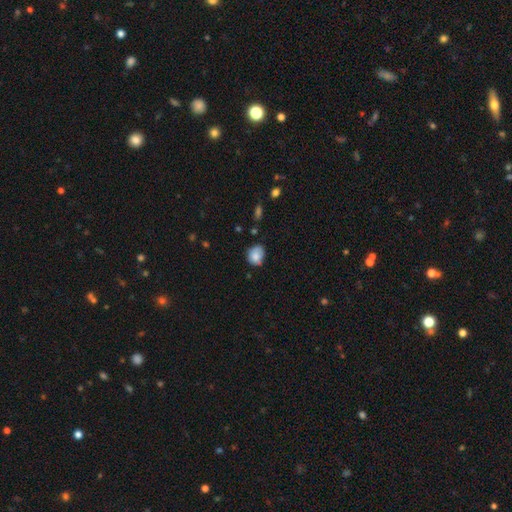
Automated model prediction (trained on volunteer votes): Smooth or featured: smooth — 79% (featured or disk — 12%)
How rounded: round — 60% (in between — 39%)
Merging: none — 56% (minor disturbance — 33%)